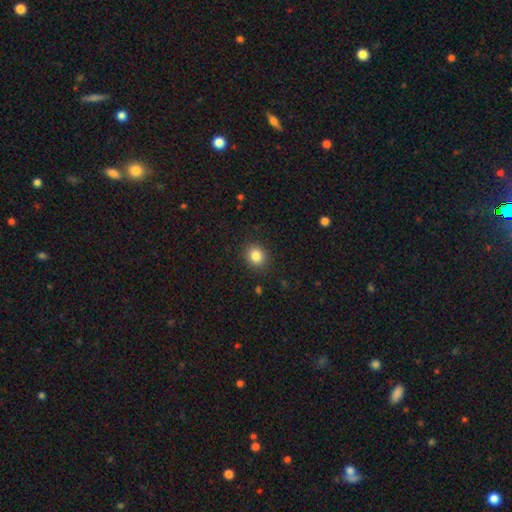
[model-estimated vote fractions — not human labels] The model was most divided on "how rounded": round: 74%, in between: 25%, cigar-shaped: 1%. More confident: merging — none (89%); smooth or featured — smooth (84%).